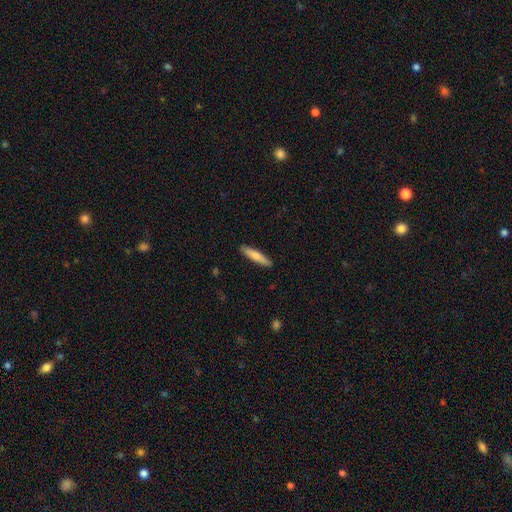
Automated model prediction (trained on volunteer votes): Smooth or featured?
  - smooth: 73% *
  - featured or disk: 22%
  - star or artifact: 5%
How rounded?
  - cigar-shaped: 88% *
  - in between: 11%
  - round: 1%
Merging?
  - none: 90% *
  - minor disturbance: 7%
  - major disturbance: 1%
  - merger: 1%